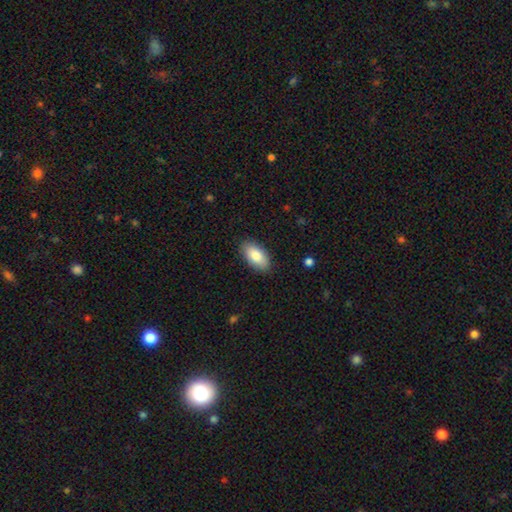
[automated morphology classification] This is clearly a smooth galaxy (83%). How rounded: clearly in between (93%). Merging: clearly none (88%).